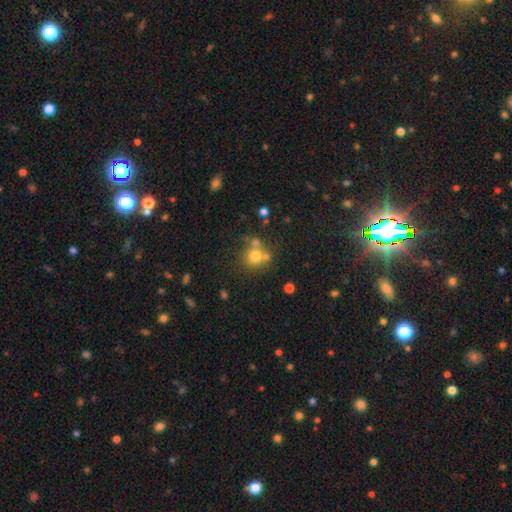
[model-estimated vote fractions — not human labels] Q: Smooth or featured?
A: smooth (71%); runner-up: star or artifact (15%)
Q: How rounded?
A: round (86%); runner-up: in between (13%)
Q: Merging?
A: none (55%); runner-up: merger (30%)